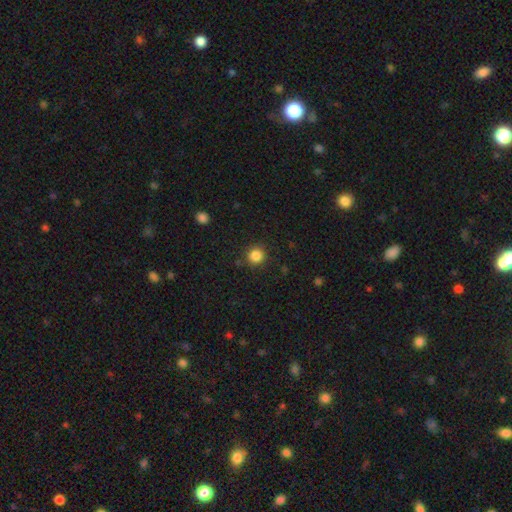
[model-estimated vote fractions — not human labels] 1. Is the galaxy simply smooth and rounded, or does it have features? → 85% smooth, 11% star or artifact, 3% featured or disk.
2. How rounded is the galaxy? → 93% round, 6% in between, 1% cigar-shaped.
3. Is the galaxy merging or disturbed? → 88% none, 8% minor disturbance, 3% major disturbance, 2% merger.